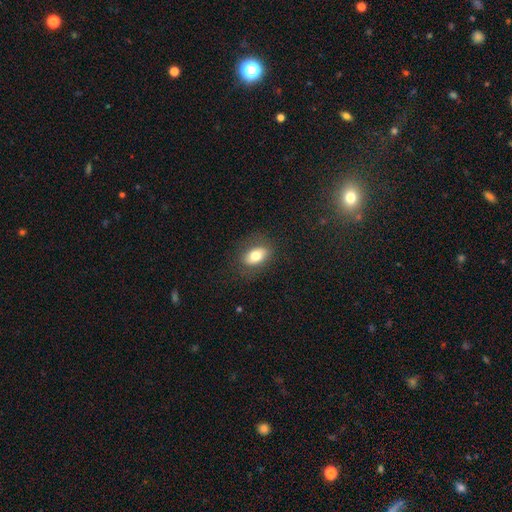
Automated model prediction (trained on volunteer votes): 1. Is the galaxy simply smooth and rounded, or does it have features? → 74% smooth, 18% featured or disk, 8% star or artifact.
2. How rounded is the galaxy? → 87% in between, 10% round, 3% cigar-shaped.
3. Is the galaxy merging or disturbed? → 79% none, 14% minor disturbance, 6% major disturbance, 1% merger.